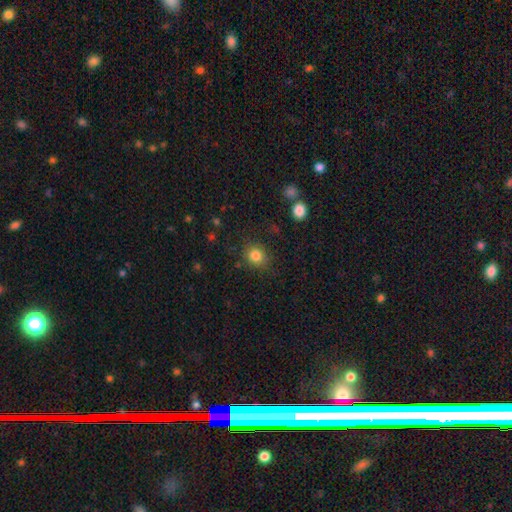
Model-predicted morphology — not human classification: type=smooth (83%); roundness=round (74%); merging=none (83%).